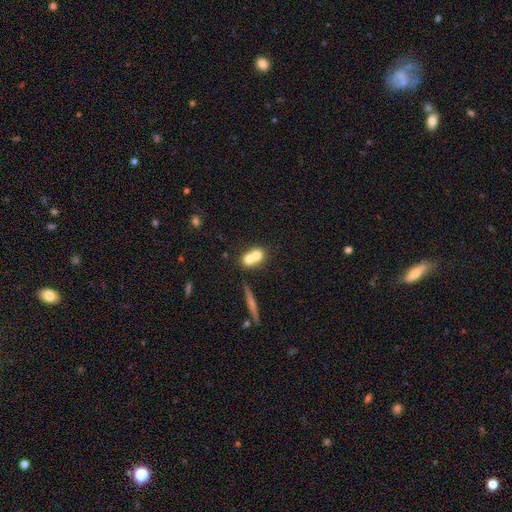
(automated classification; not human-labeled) Smooth or featured?
  - smooth: 67% *
  - featured or disk: 24%
  - star or artifact: 10%
How rounded?
  - round: 63% *
  - in between: 34%
  - cigar-shaped: 3%
Merging?
  - merger: 67% *
  - none: 25%
  - minor disturbance: 5%
  - major disturbance: 3%